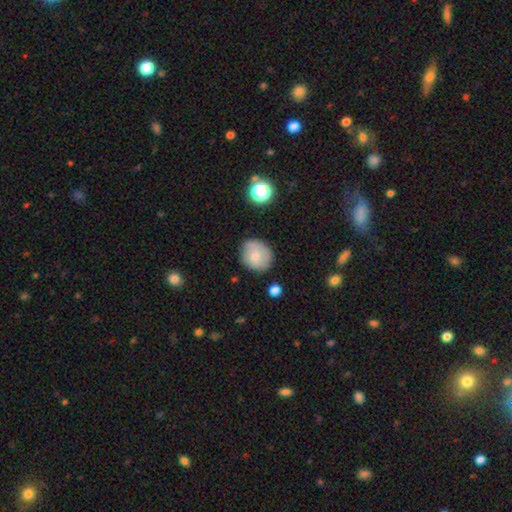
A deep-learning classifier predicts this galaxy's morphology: Smooth or featured: smooth — 69% (featured or disk — 22%)
How rounded: round — 75% (in between — 24%)
Merging: none — 72% (minor disturbance — 21%)